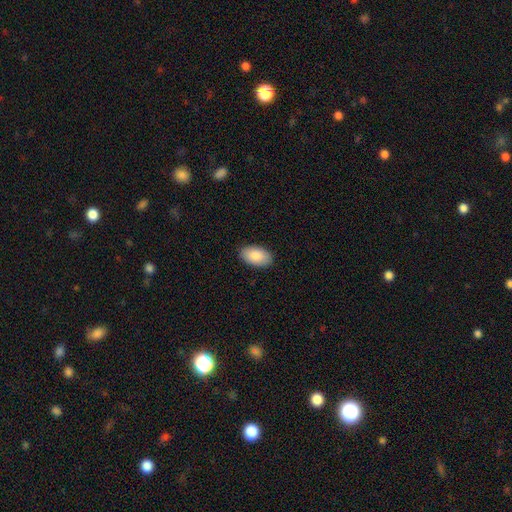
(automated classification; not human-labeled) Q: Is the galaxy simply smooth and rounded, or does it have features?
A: smooth — 89%.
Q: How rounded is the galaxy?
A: in between — 95%.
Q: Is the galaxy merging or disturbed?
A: none — 89%.